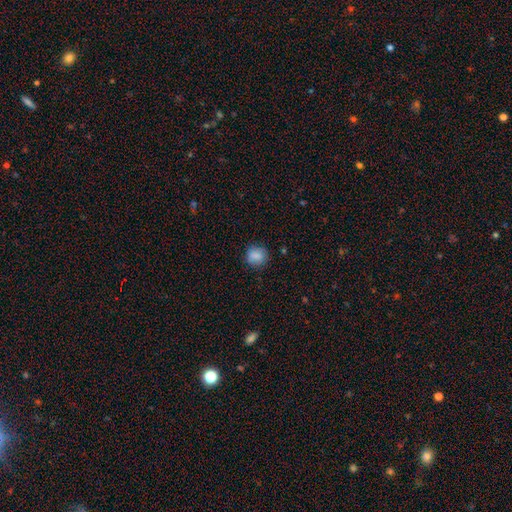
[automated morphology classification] smooth_or_featured: smooth (p=0.86) [alt: star or artifact p=0.09]
how_rounded: round (p=0.81) [alt: in between p=0.18]
merging: none (p=0.84) [alt: minor disturbance p=0.12]